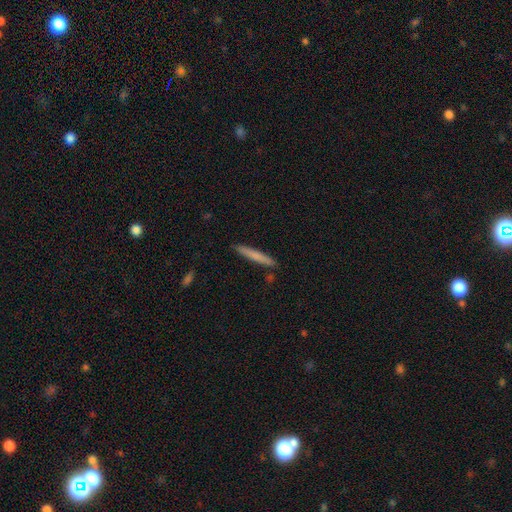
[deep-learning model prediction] This is likely a smooth galaxy (72%). How rounded: clearly cigar-shaped (96%). Merging: clearly none (88%).